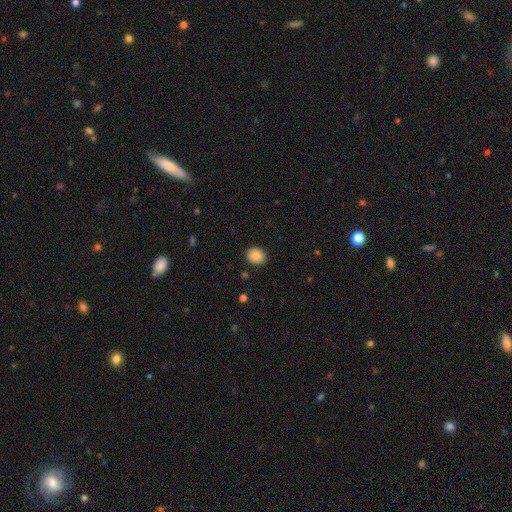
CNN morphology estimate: smooth-or-featured: smooth: 88% | star or artifact: 9% | featured or disk: 3%
  how-rounded: round: 61% | in between: 38% | cigar-shaped: 1%
  merging: none: 90% | minor disturbance: 7% | major disturbance: 2% | merger: 1%